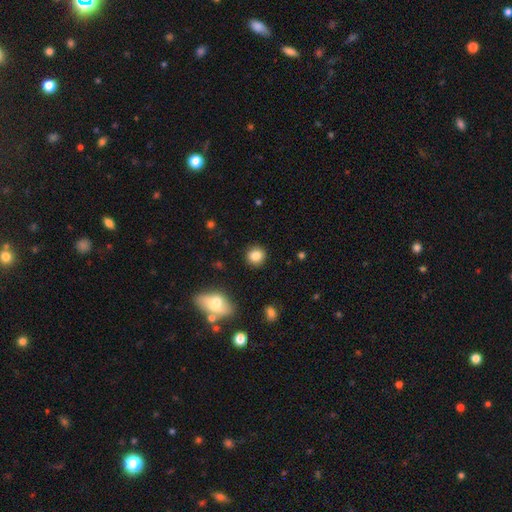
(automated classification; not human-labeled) smooth_or_featured: smooth (p=0.85) [alt: star or artifact p=0.10]
how_rounded: round (p=0.88) [alt: in between p=0.10]
merging: none (p=0.90) [alt: minor disturbance p=0.06]